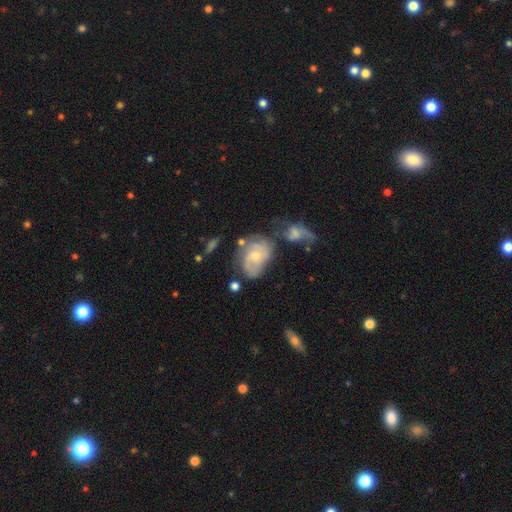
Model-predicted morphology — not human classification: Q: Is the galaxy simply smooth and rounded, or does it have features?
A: featured or disk — 69%.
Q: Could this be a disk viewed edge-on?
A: no — 97%.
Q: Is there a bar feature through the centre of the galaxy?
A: no — 73%.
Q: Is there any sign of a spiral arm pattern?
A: yes — 84%.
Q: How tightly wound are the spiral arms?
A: tight — 43%.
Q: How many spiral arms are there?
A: can't tell — 37%.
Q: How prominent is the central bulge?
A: small — 57%.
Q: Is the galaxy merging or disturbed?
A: none — 39%.